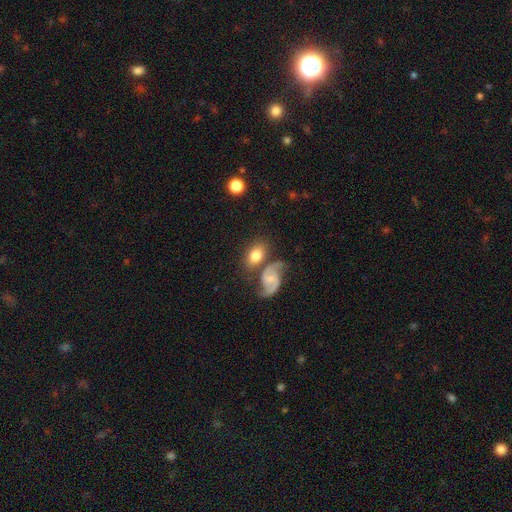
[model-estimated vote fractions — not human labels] Smooth or featured? Predicted: smooth (p=0.59). How rounded? Predicted: in between (p=0.75). Merging? Predicted: none (p=0.52).